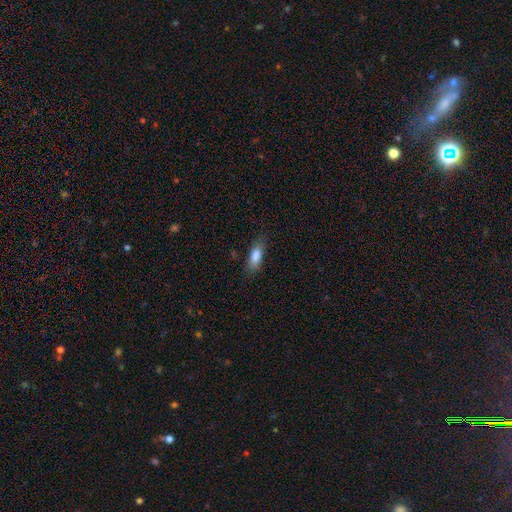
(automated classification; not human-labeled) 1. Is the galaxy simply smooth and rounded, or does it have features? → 84% smooth, 9% featured or disk, 7% star or artifact.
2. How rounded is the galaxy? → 72% in between, 25% cigar-shaped, 2% round.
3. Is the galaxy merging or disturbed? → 77% none, 17% minor disturbance, 5% major disturbance, 1% merger.